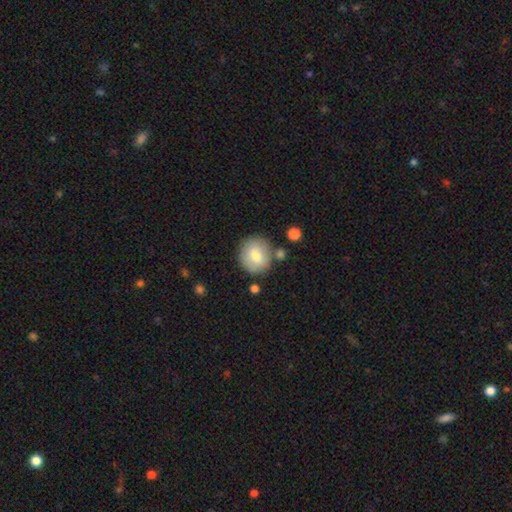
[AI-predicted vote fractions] Smooth or featured? Predicted: smooth (p=0.73). How rounded? Predicted: round (p=0.87). Merging? Predicted: none (p=0.79).